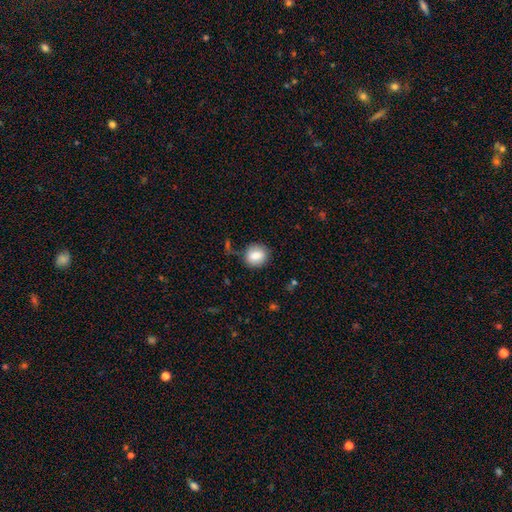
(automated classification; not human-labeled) A smooth galaxy with no disk features (84%) that is round (79%).

Vote fractions:
- Smooth or featured? smooth: 84% / featured or disk: 8% / star or artifact: 8%
- How rounded? round: 79% / in between: 20% / cigar-shaped: 1%
- Merging? none: 79% / minor disturbance: 14% / major disturbance: 4% / merger: 3%